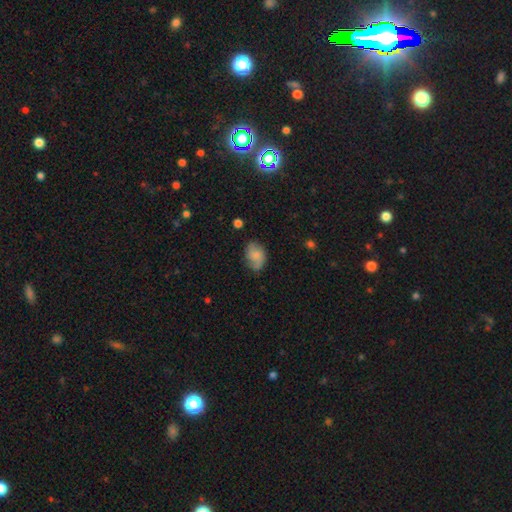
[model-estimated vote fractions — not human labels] A smooth galaxy with no disk features (62%) that is in between round and cigar-shaped (74%). Merging: none (62%).